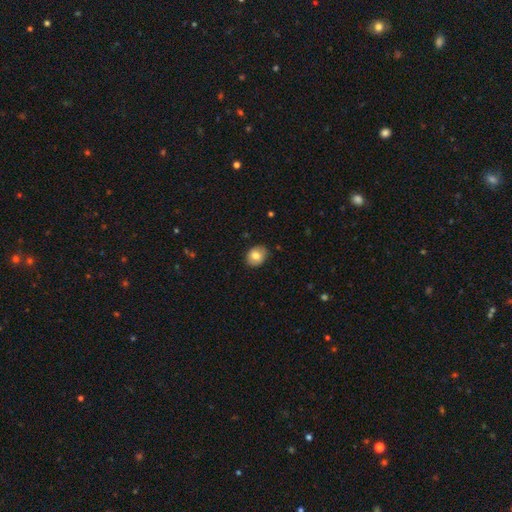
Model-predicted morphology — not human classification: smooth_or_featured: smooth (p=0.79) [alt: featured or disk p=0.13]
how_rounded: in between (p=0.50) [alt: round p=0.49]
merging: none (p=0.86) [alt: minor disturbance p=0.11]